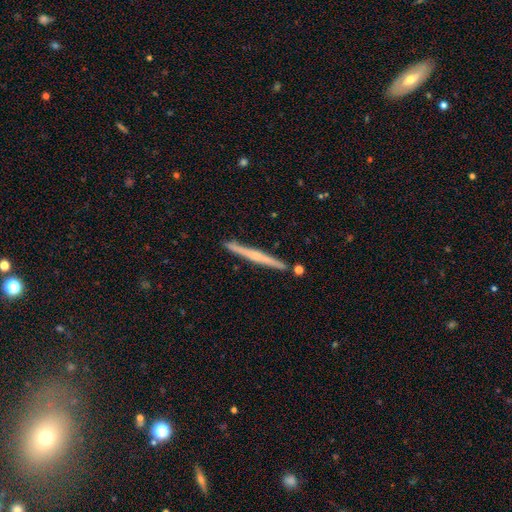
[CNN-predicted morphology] Smooth or featured? Predicted: featured or disk (p=0.61). Edge-on disk? Predicted: yes (p=0.98). Edge-on bulge? Predicted: none (p=0.46). Merging? Predicted: none (p=0.89).